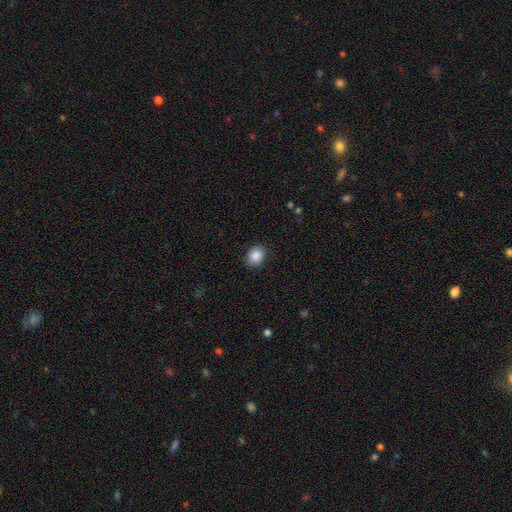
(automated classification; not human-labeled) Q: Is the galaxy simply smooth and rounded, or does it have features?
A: smooth — 88%.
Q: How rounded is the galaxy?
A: in between — 60%.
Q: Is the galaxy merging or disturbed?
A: none — 89%.